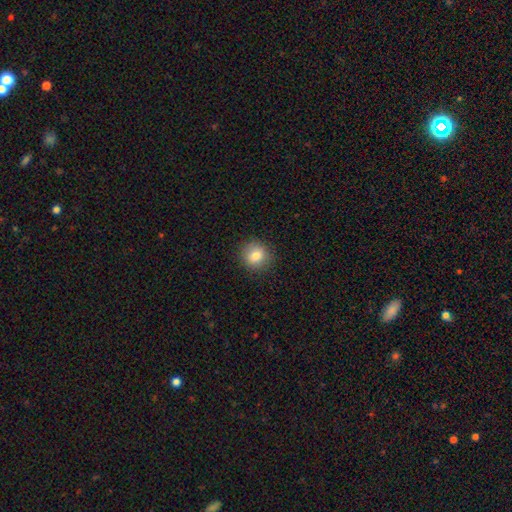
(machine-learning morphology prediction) type=smooth (81%); roundness=round (89%); merging=none (90%).